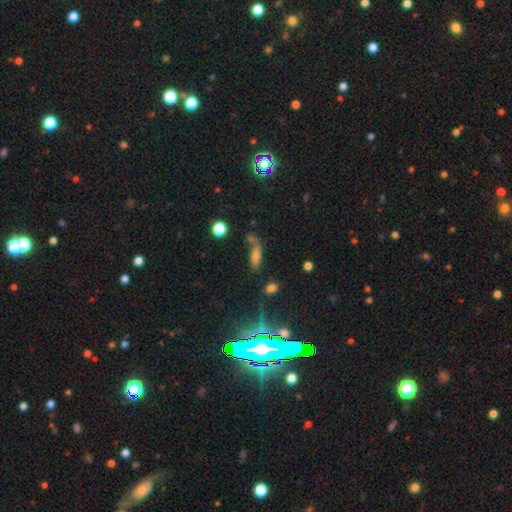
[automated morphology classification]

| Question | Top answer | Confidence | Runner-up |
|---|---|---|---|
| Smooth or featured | smooth | 59% | star or artifact (23%) |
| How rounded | in between | 54% | cigar-shaped (38%) |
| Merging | none | 46% | merger (23%) |